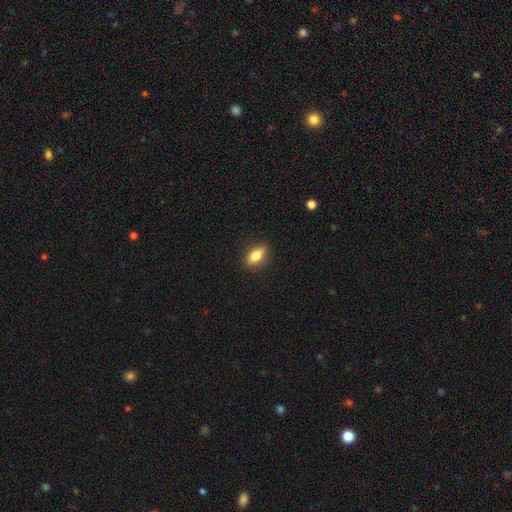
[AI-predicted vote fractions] This appears to be a smooth galaxy with no disk features (76%) that is in between round and cigar-shaped (79%). Merging: none (87%).